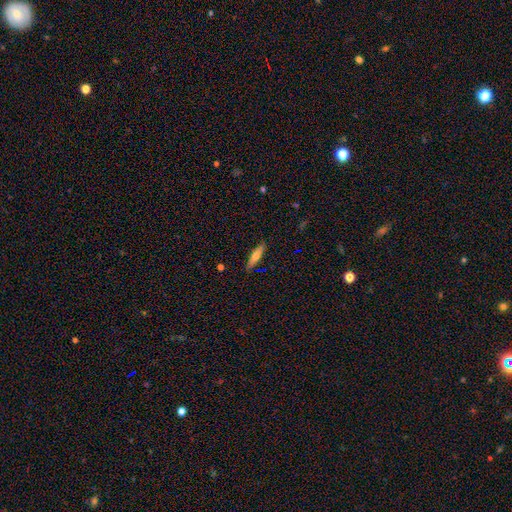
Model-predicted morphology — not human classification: The model was most divided on "smooth or featured": smooth: 56%, featured or disk: 38%, star or artifact: 7%. More confident: merging — none (87%); how rounded — cigar-shaped (77%).